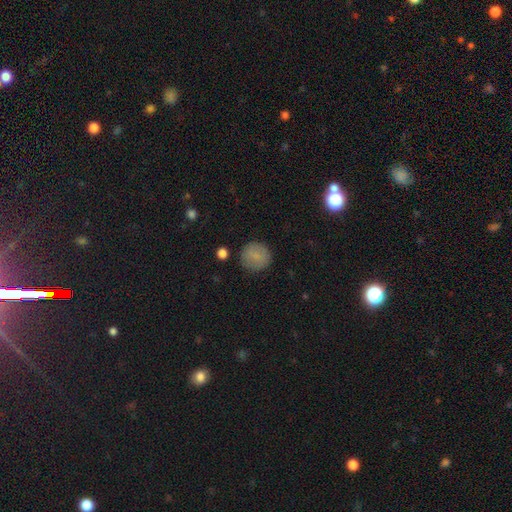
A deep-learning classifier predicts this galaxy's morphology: A smooth galaxy with no disk features (82%) that is round (92%).

Vote fractions:
- Smooth or featured? smooth: 82% / featured or disk: 10% / star or artifact: 8%
- How rounded? round: 92% / in between: 7% / cigar-shaped: 1%
- Merging? none: 85% / minor disturbance: 10% / major disturbance: 3% / merger: 2%